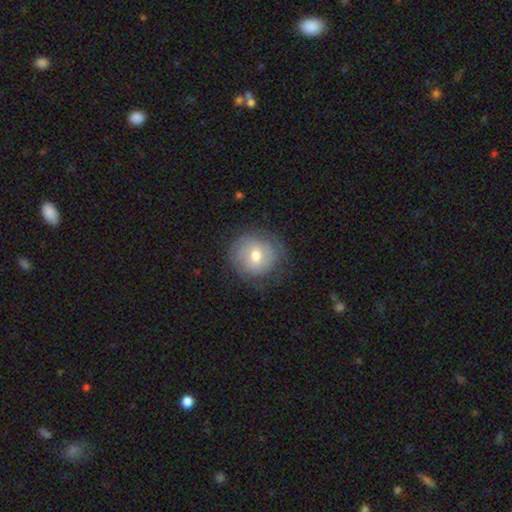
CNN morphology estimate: type=smooth (60%); roundness=round (88%); merging=none (75%).